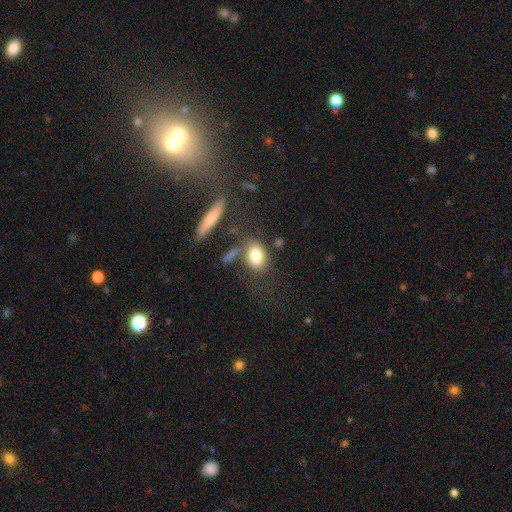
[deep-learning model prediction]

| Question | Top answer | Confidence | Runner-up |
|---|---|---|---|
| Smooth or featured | smooth | 79% | featured or disk (13%) |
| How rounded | in between | 79% | round (18%) |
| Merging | none | 57% | minor disturbance (17%) |